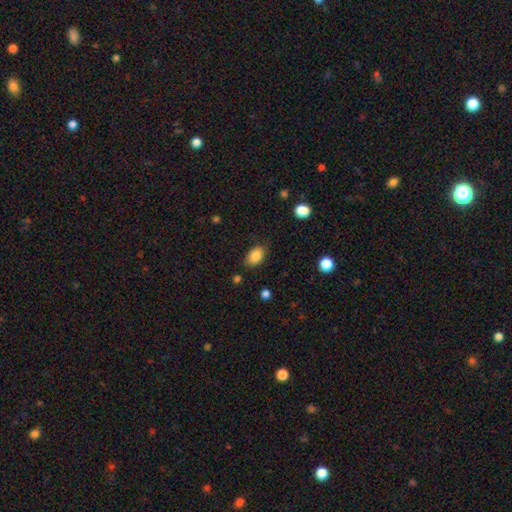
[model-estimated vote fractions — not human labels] Smooth or featured: smooth — 85% (star or artifact — 9%)
How rounded: in between — 82% (round — 17%)
Merging: none — 76% (minor disturbance — 18%)